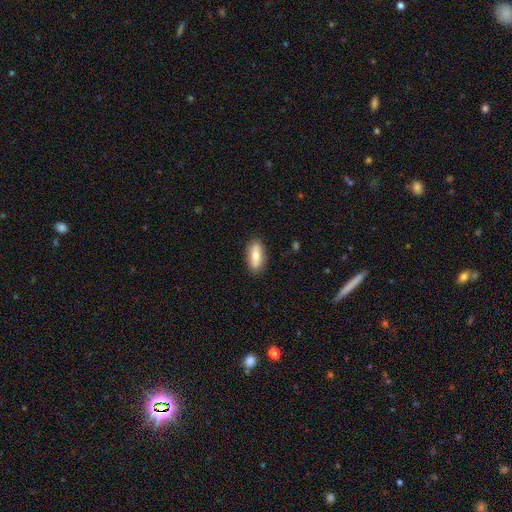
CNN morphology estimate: Smooth or featured: smooth — 71% (featured or disk — 22%)
How rounded: in between — 74% (cigar-shaped — 23%)
Merging: none — 87% (minor disturbance — 10%)